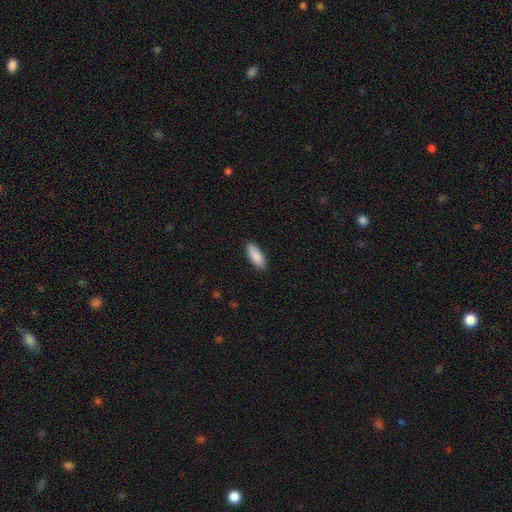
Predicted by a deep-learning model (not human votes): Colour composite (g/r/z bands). It shows a smooth galaxy with no disk features (89%) that is in between round and cigar-shaped (77%). Merging: none (87%).